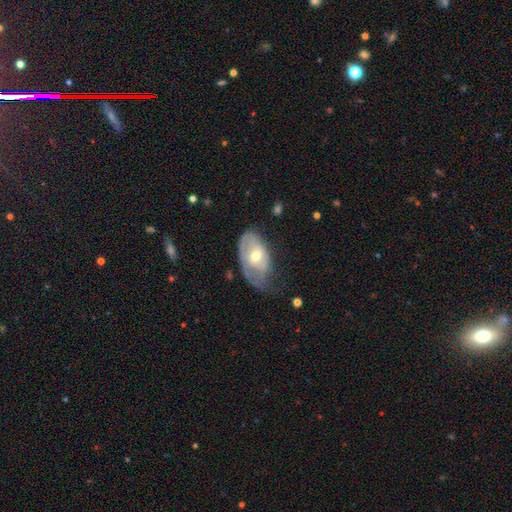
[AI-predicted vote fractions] Smooth or featured? featured or disk (52%)
Edge-on disk? no (91%)
Merging? minor disturbance (37%)